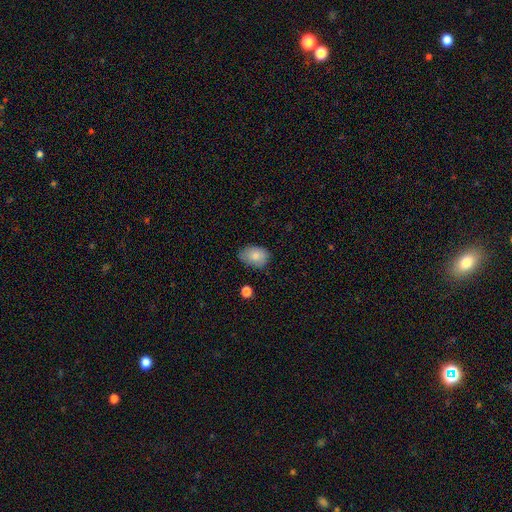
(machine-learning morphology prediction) A smooth galaxy with no disk features (82%) that is in between round and cigar-shaped (82%). Merging: none (68%).